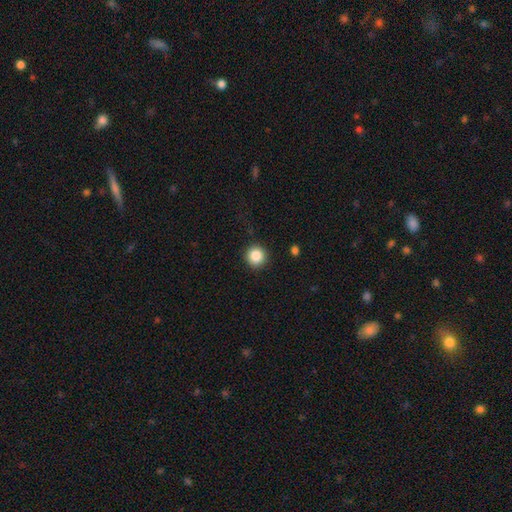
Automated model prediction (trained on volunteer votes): smooth_or_featured: smooth (p=0.86) [alt: star or artifact p=0.10]
how_rounded: round (p=0.94) [alt: in between p=0.05]
merging: none (p=0.91) [alt: minor disturbance p=0.06]